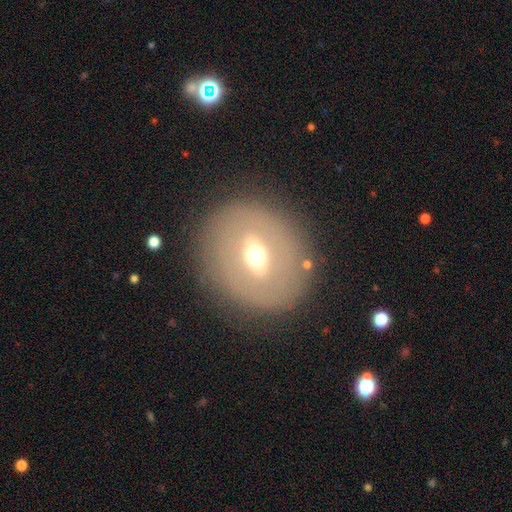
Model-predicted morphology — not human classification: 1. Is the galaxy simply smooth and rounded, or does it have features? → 57% featured or disk, 34% smooth, 9% star or artifact.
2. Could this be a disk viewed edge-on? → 82% no, 18% yes.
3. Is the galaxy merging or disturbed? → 83% none, 10% minor disturbance, 5% major disturbance, 2% merger.